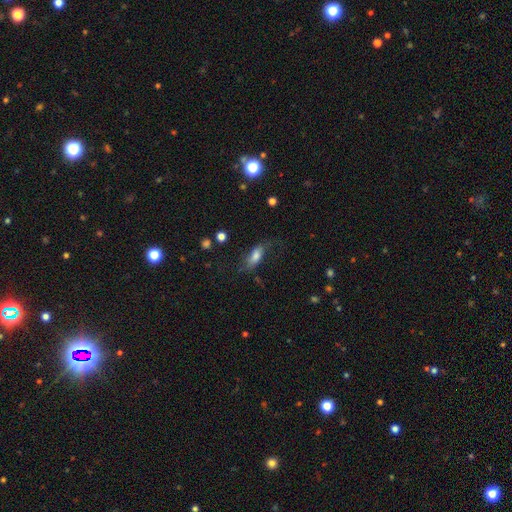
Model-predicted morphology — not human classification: smooth-or-featured: smooth: 63% | featured or disk: 27% | star or artifact: 10%
  how-rounded: in between: 76% | cigar-shaped: 20% | round: 5%
  merging: none: 51% | minor disturbance: 25% | major disturbance: 21% | merger: 3%